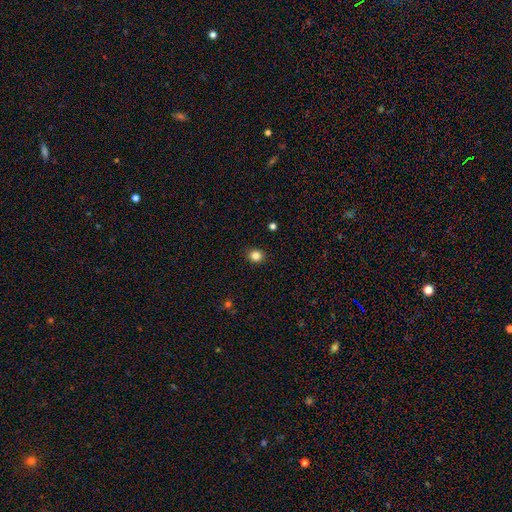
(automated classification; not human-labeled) This appears to be a smooth galaxy with no disk features (83%) that is round (79%). Merging: none (91%).